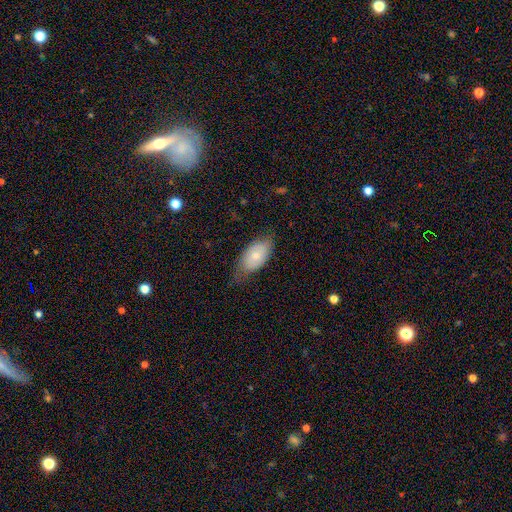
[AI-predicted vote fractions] Smooth or featured: smooth — 67% (featured or disk — 27%)
How rounded: in between — 93% (round — 4%)
Merging: none — 59% (minor disturbance — 32%)